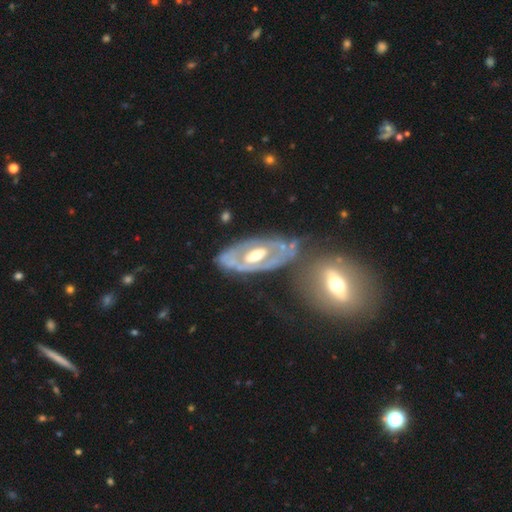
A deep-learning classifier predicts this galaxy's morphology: Smooth or featured: featured or disk — 80% (smooth — 15%)
Edge-on disk: no — 89% (yes — 11%)
Bar: no — 52% (weak — 29%)
Spiral arms: no — 52% (yes — 48%)
Bulge size: moderate — 71% (small — 14%)
Merging: none — 52% (minor disturbance — 21%)